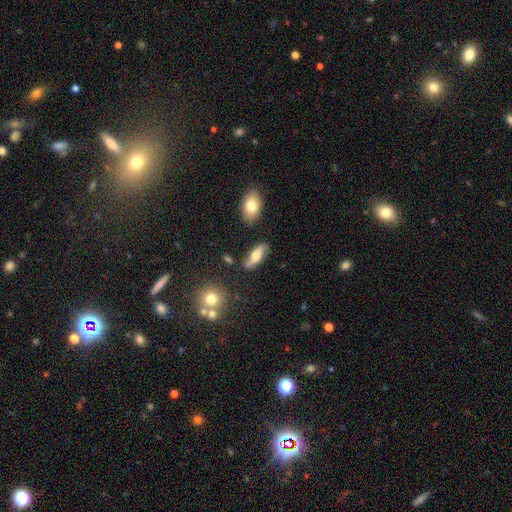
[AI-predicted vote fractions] smooth 48%, featured or disk 44%, star or artifact 7%. Down the decision tree: merging — none (77%).